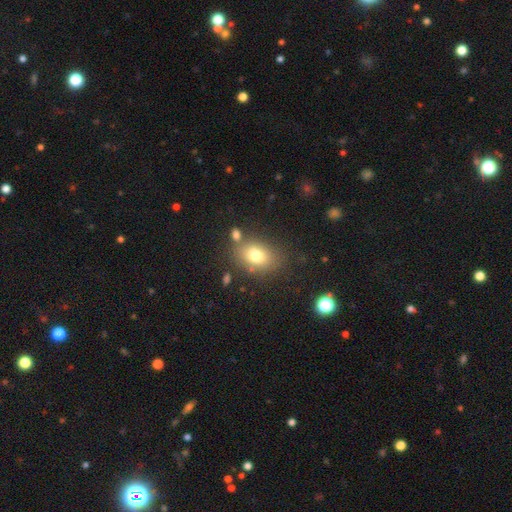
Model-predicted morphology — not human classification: Smooth or featured: smooth — 75% (featured or disk — 14%)
How rounded: in between — 74% (round — 24%)
Merging: none — 66% (minor disturbance — 15%)